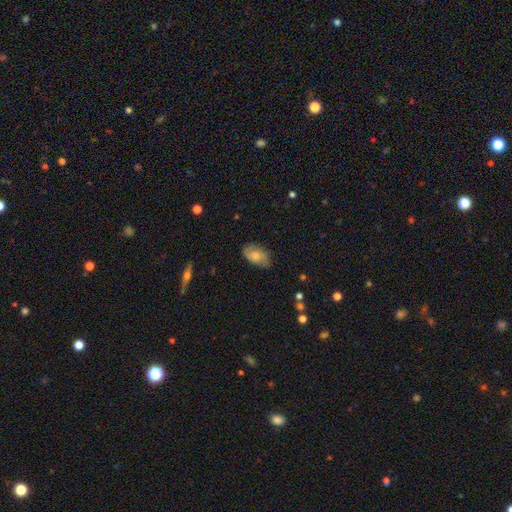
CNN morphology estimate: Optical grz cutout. It shows a smooth galaxy with no disk features (61%) that is in between round and cigar-shaped (90%). Merging: none (72%).